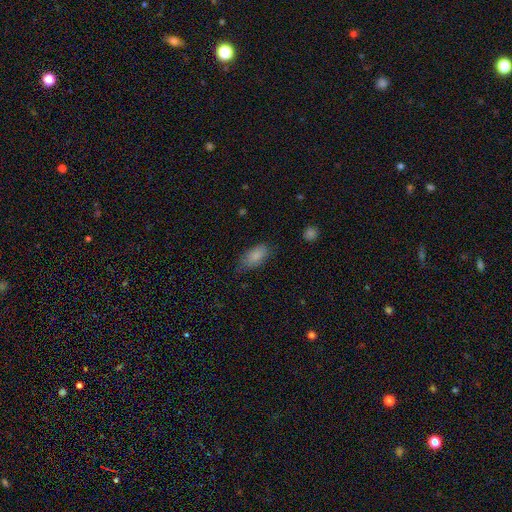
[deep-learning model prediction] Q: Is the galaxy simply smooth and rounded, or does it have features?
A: smooth — 85%.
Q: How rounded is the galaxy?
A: in between — 90%.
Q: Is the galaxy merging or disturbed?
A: none — 66%.